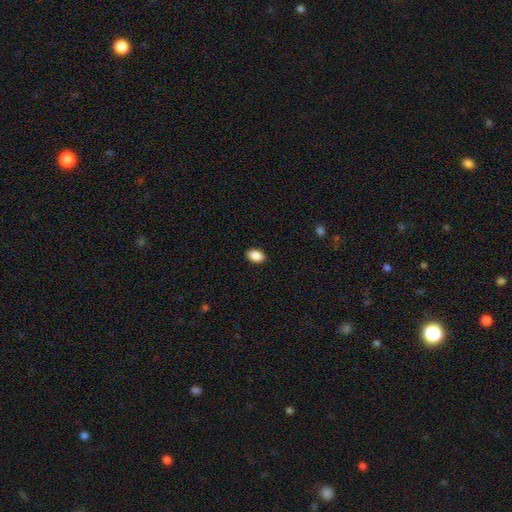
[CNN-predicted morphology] Smooth or featured: smooth — 89% (star or artifact — 7%)
How rounded: in between — 90% (round — 8%)
Merging: none — 90% (minor disturbance — 8%)